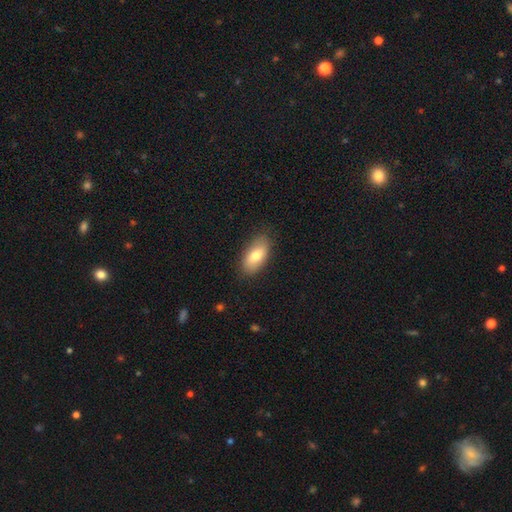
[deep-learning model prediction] The model was most divided on "smooth or featured": smooth: 75%, featured or disk: 18%, star or artifact: 6%. More confident: how rounded — in between (91%); merging — none (84%).